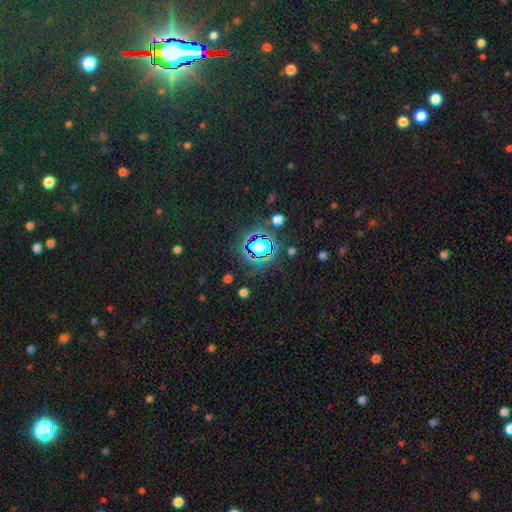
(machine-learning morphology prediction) smooth_or_featured: star or artifact (p=0.82) [alt: smooth p=0.11]